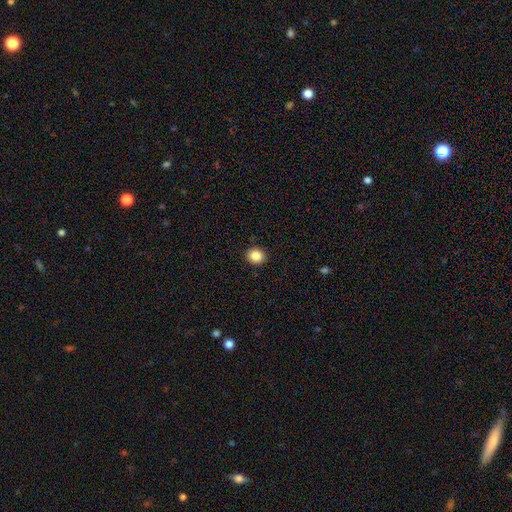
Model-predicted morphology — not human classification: This is clearly a smooth galaxy (86%). How rounded: likely round (77%). Merging: clearly none (92%).